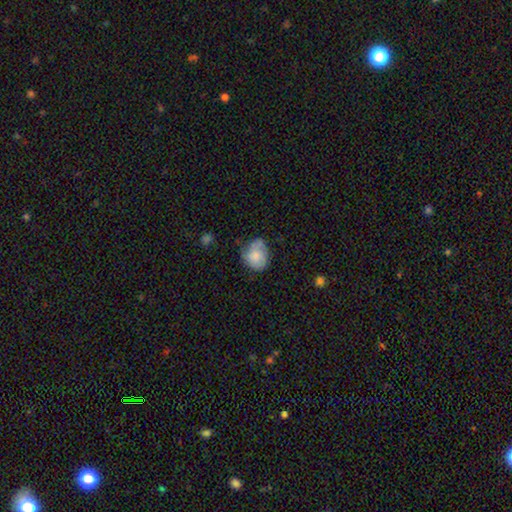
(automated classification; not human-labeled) Smooth or featured? Predicted: smooth (p=0.71). How rounded? Predicted: round (p=0.51). Merging? Predicted: none (p=0.46).